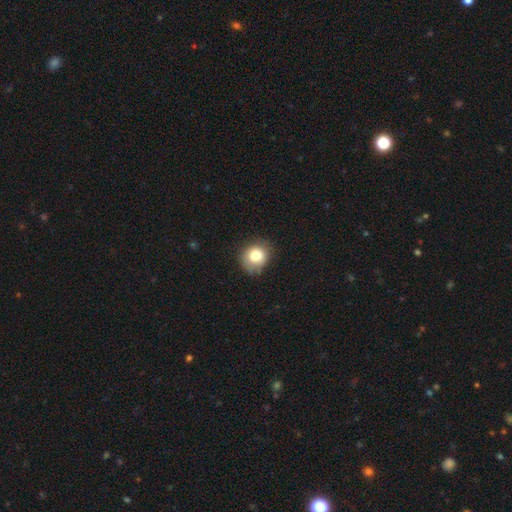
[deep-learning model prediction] smooth 81%, featured or disk 10%, star or artifact 9%. Down the decision tree: how rounded — round (77%); merging — none (70%).